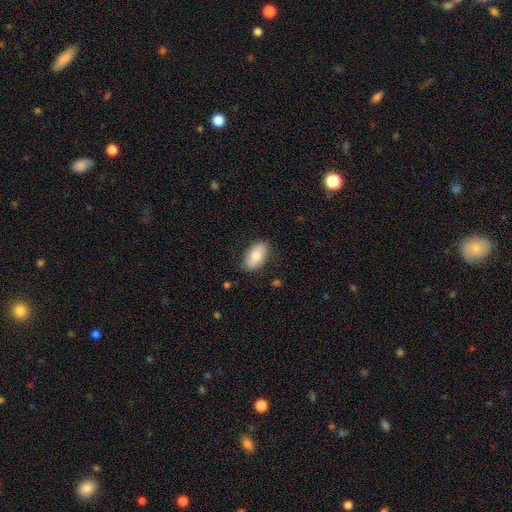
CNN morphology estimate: Overall: smooth (75%). How rounded: in between (93%). Merging: none (84%).